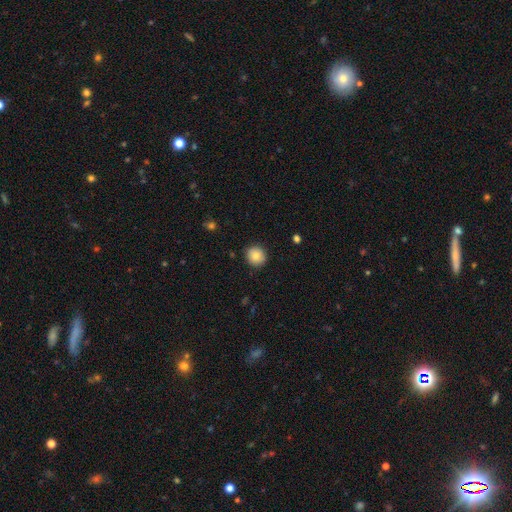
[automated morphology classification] Smooth or featured? Predicted: smooth (p=0.82). How rounded? Predicted: round (p=0.89). Merging? Predicted: none (p=0.89).